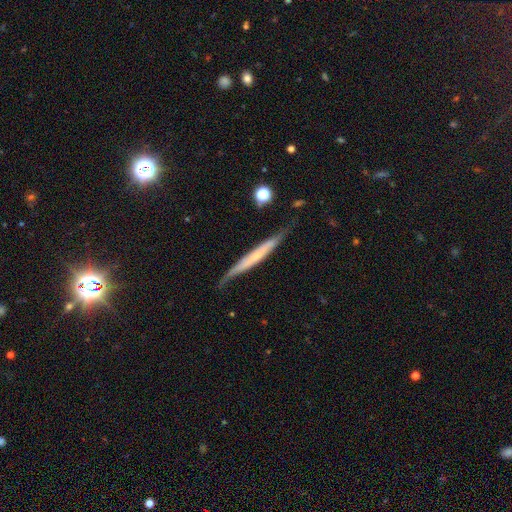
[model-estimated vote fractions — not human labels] This appears to be a featured or disk galaxy (59%) viewed edge-on (89%) with no central bulge (66%). Merging: none (71%).